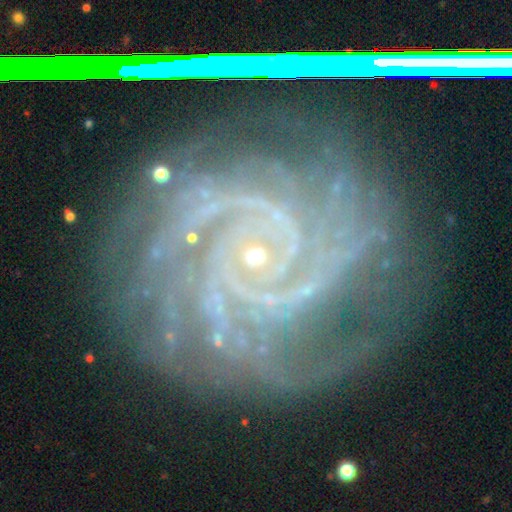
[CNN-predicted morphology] type=featured or disk (90%); edge-on=no (98%); bar=no (69%); spiral arms=yes (99%); winding=tight (74%); arm count=3 (26%); bulge=small (84%); merging=none (71%).